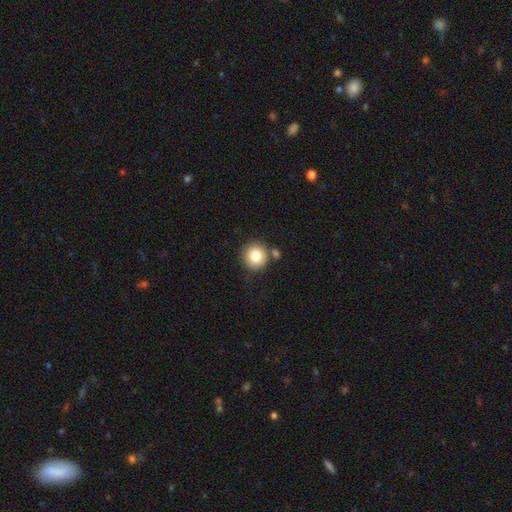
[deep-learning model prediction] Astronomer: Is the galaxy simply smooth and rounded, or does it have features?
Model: smooth — 84%.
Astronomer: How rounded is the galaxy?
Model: round — 93%.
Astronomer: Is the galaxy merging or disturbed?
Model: none — 74%.